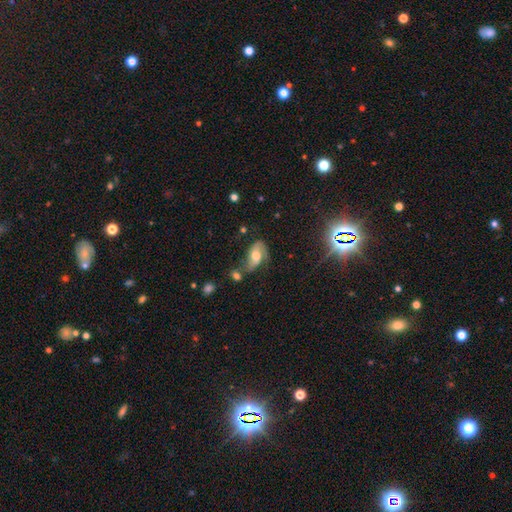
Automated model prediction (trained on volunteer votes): smooth-or-featured: featured or disk: 55% | smooth: 35% | star or artifact: 10%
  disk-edge-on: no: 93% | yes: 7%
    bar: no: 64% | weak: 28% | strong: 8%
    has-spiral-arms: yes: 81% | no: 19%
    bulge-size: moderate: 68% | large: 17% | small: 12% | none: 2% | dominant: 2%
  merging: none: 41% | minor disturbance: 28% | major disturbance: 17% | merger: 14%